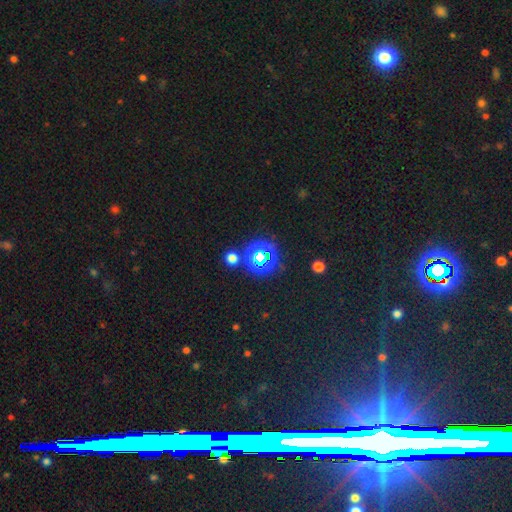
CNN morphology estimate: star or artifact 61%, smooth 32%, featured or disk 7%.